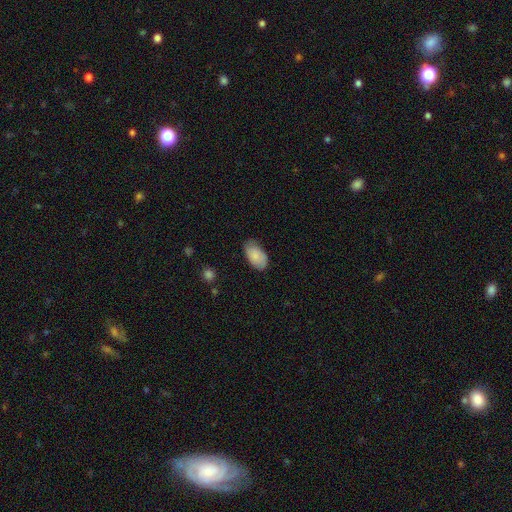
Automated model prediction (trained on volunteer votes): A smooth galaxy with no disk features (85%) that is in between round and cigar-shaped (95%).

Vote fractions:
- Smooth or featured? smooth: 85% / featured or disk: 8% / star or artifact: 6%
- How rounded? in between: 95% / round: 3% / cigar-shaped: 2%
- Merging? none: 73% / minor disturbance: 22% / major disturbance: 4% / merger: 1%